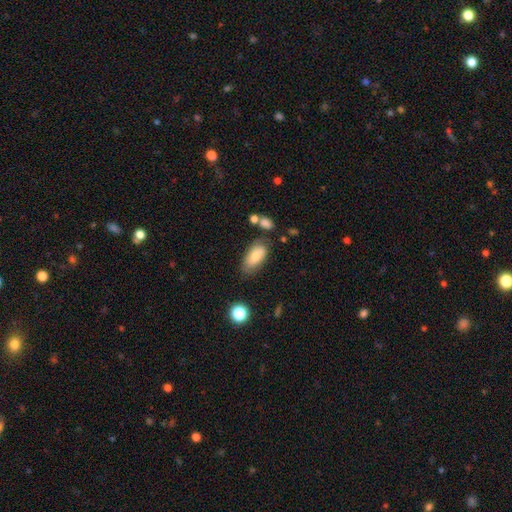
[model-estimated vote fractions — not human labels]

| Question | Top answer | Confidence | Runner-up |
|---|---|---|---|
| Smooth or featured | smooth | 77% | featured or disk (15%) |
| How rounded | in between | 91% | cigar-shaped (6%) |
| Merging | none | 66% | minor disturbance (22%) |